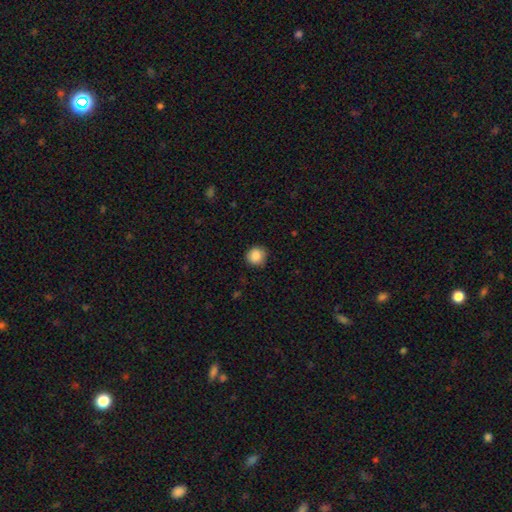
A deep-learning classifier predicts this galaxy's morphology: A smooth galaxy with no disk features (88%) that is round (88%).

Vote fractions:
- Smooth or featured? smooth: 88% / star or artifact: 9% / featured or disk: 3%
- How rounded? round: 88% / in between: 11% / cigar-shaped: 1%
- Merging? none: 84% / minor disturbance: 13% / major disturbance: 3% / merger: 1%